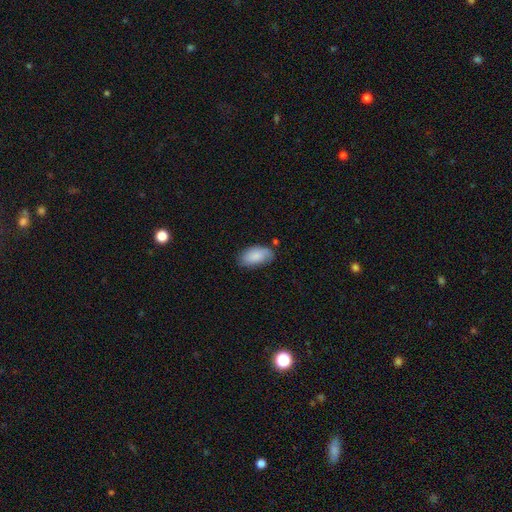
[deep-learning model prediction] Smooth or featured? Predicted: smooth (p=0.80). How rounded? Predicted: in between (p=0.95). Merging? Predicted: none (p=0.68).